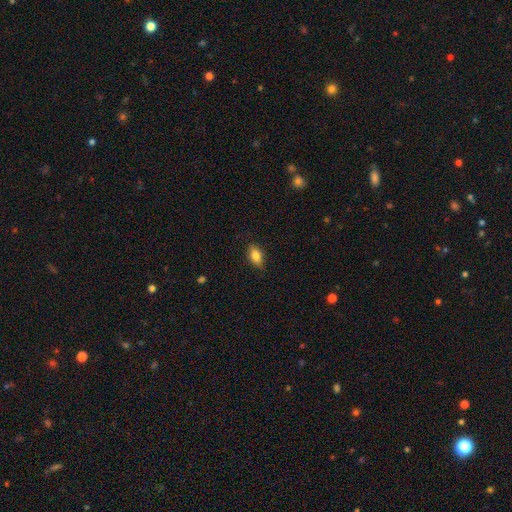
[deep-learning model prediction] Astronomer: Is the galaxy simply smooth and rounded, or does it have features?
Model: smooth — 83%.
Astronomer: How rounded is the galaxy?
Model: in between — 87%.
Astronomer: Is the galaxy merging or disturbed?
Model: none — 84%.